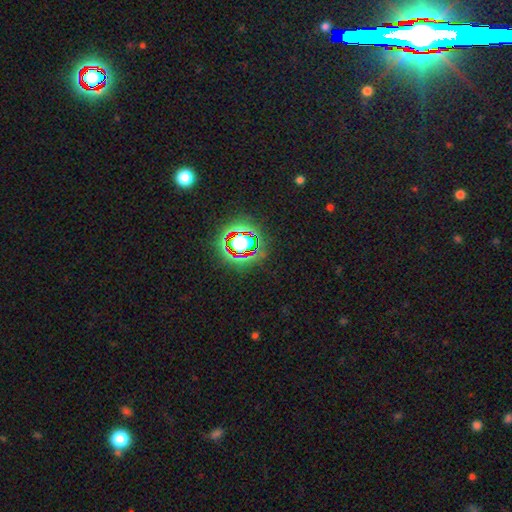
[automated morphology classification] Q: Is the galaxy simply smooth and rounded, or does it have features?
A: star or artifact — 79%.